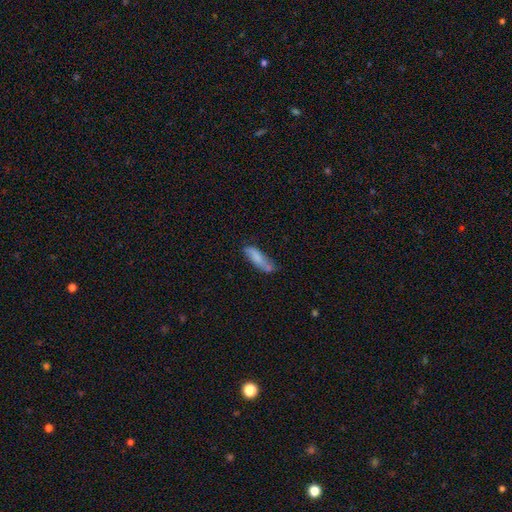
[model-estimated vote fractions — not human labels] Smooth or featured? Predicted: smooth (p=0.68). How rounded? Predicted: cigar-shaped (p=0.59). Merging? Predicted: none (p=0.58).